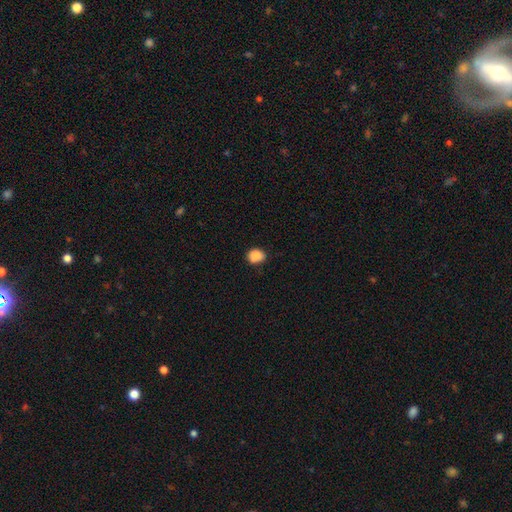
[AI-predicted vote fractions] Smooth or featured? Predicted: smooth (p=0.88). How rounded? Predicted: round (p=0.67). Merging? Predicted: none (p=0.78).